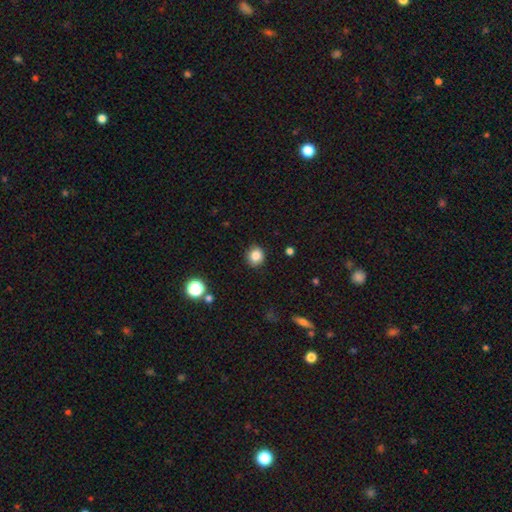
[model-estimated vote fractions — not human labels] smooth 84%, star or artifact 11%, featured or disk 5%. Down the decision tree: how rounded — round (85%); merging — none (90%).